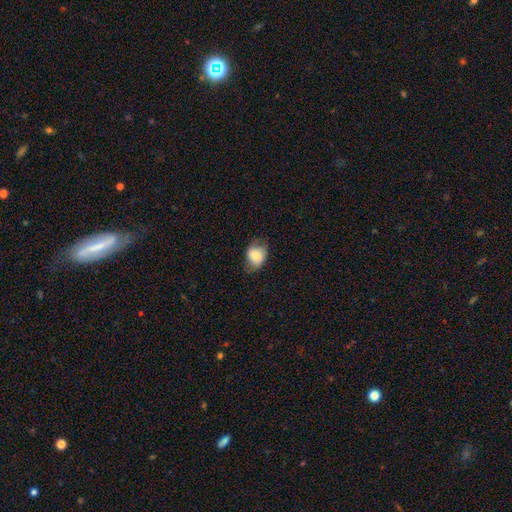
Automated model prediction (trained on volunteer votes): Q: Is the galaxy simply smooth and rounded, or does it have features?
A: smooth — 75%.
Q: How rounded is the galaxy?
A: in between — 56%.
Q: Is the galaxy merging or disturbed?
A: none — 65%.